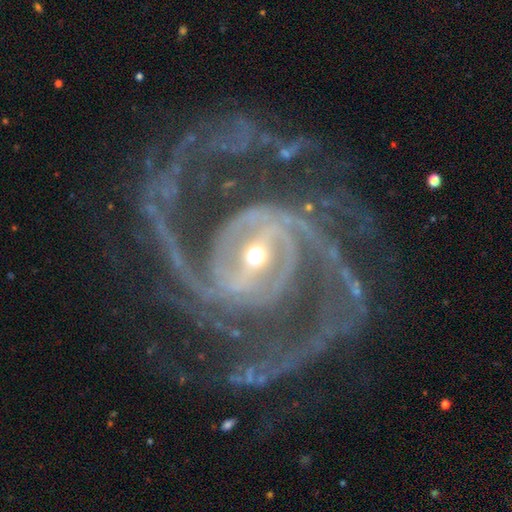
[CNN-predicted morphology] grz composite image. It shows a featured or disk galaxy (92%) with a strong bar (53%), 2 (72%) medium (44%) spiral arms (97%) and a moderate central bulge (55%). Merging: none (59%).